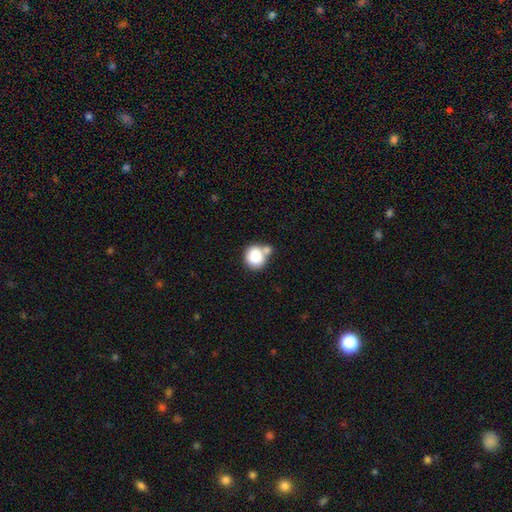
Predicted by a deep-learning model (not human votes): A smooth galaxy with no disk features (83%) that is round (81%). Merging: none (46%).